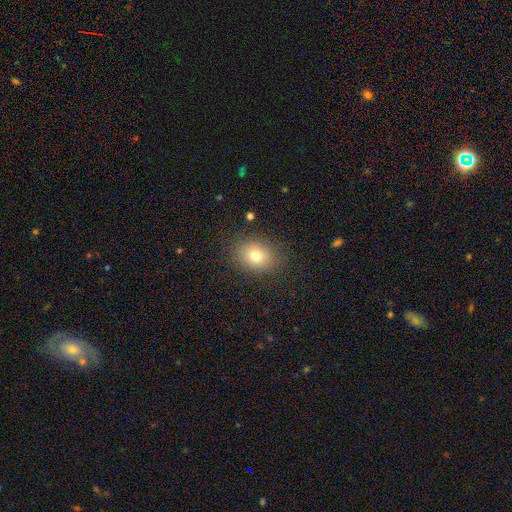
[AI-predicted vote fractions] smooth_or_featured: smooth (p=0.76) [alt: featured or disk p=0.12]
how_rounded: in between (p=0.57) [alt: round p=0.42]
merging: none (p=0.84) [alt: minor disturbance p=0.11]